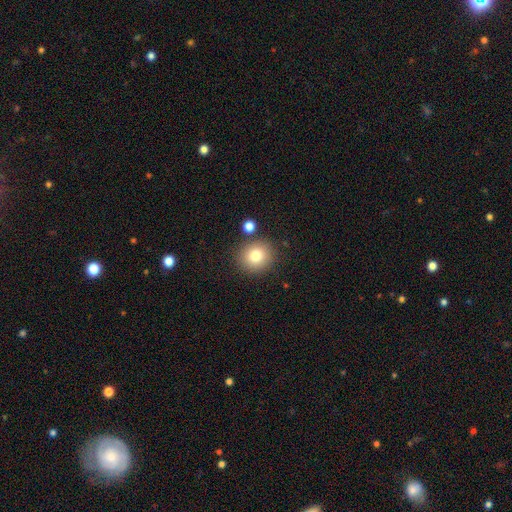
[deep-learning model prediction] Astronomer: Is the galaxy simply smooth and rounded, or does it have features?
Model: smooth — 80%.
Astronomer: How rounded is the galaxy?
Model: round — 83%.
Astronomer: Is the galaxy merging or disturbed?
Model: none — 82%.